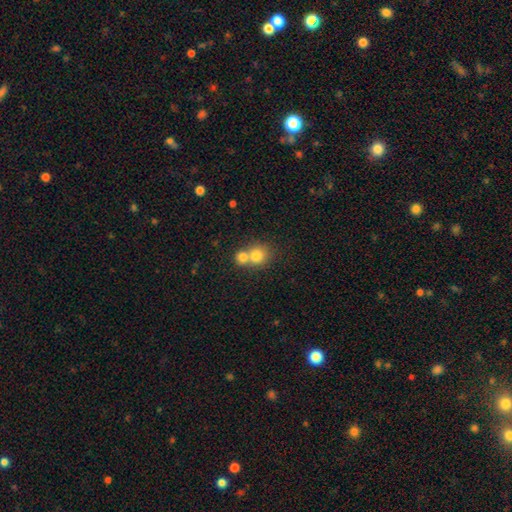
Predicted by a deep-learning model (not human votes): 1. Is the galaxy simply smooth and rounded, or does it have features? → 77% smooth, 12% featured or disk, 11% star or artifact.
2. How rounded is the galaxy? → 81% round, 18% in between, 1% cigar-shaped.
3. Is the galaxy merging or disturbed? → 58% merger, 35% none, 5% minor disturbance, 2% major disturbance.